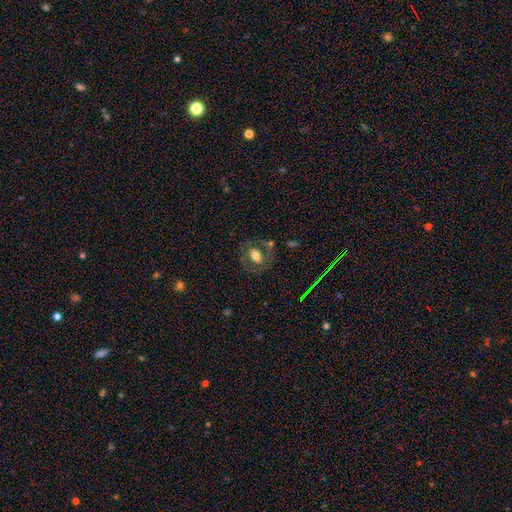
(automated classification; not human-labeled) Smooth or featured: smooth — 51% (featured or disk — 39%)
How rounded: in between — 59% (round — 39%)
Merging: none — 71% (minor disturbance — 14%)